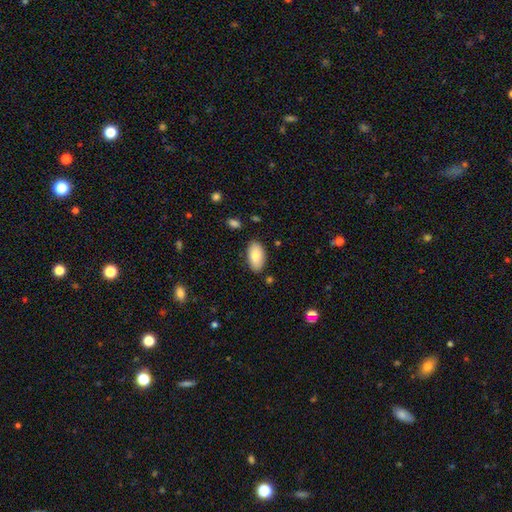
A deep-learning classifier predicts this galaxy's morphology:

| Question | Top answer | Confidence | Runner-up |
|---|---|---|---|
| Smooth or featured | smooth | 82% | featured or disk (11%) |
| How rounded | in between | 95% | round (3%) |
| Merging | none | 84% | minor disturbance (12%) |